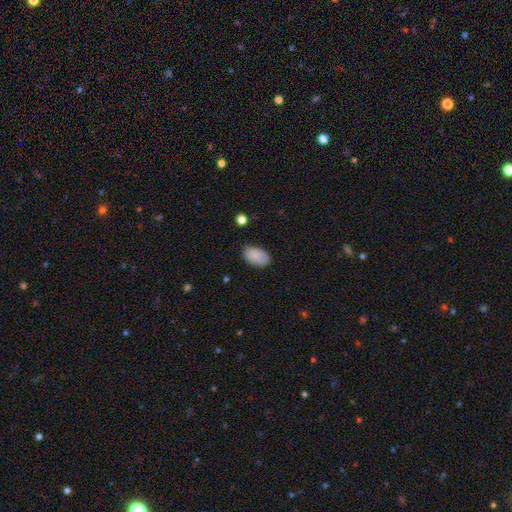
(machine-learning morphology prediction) This appears to be a smooth galaxy with no disk features (88%) that is in between round and cigar-shaped (92%). Merging: none (78%).